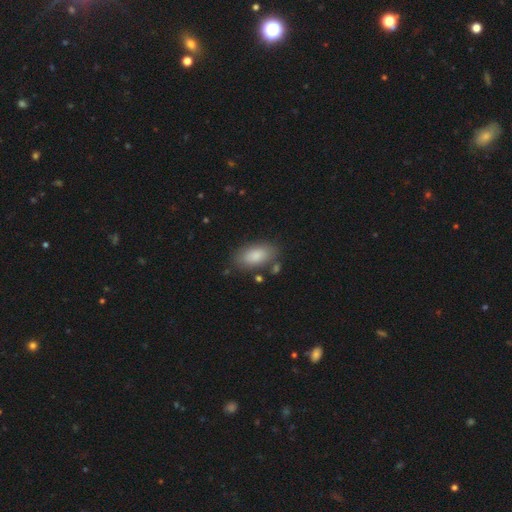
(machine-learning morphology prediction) Q: Smooth or featured?
A: smooth (86%); runner-up: featured or disk (8%)
Q: How rounded?
A: in between (93%); runner-up: cigar-shaped (4%)
Q: Merging?
A: none (78%); runner-up: minor disturbance (14%)